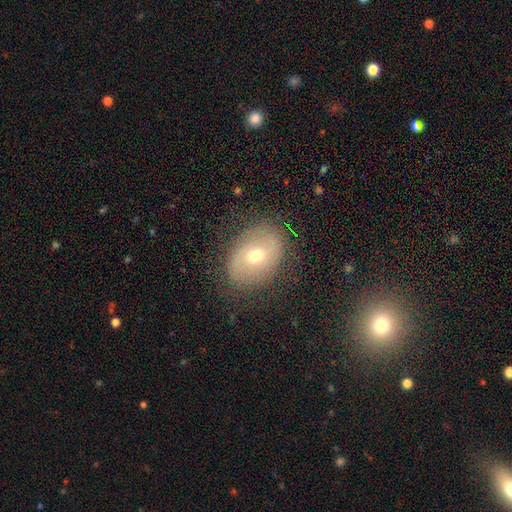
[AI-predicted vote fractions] This is possibly a featured or disk galaxy (47%). Merging: clearly none (81%).